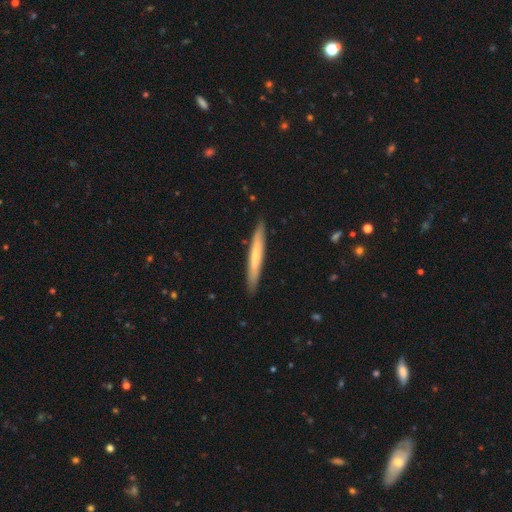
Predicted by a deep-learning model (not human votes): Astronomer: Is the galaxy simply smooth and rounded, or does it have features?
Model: smooth — 52% (runner-up: featured or disk, 43%).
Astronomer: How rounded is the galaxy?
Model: cigar-shaped — 96%.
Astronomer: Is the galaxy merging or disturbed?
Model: none — 90%.